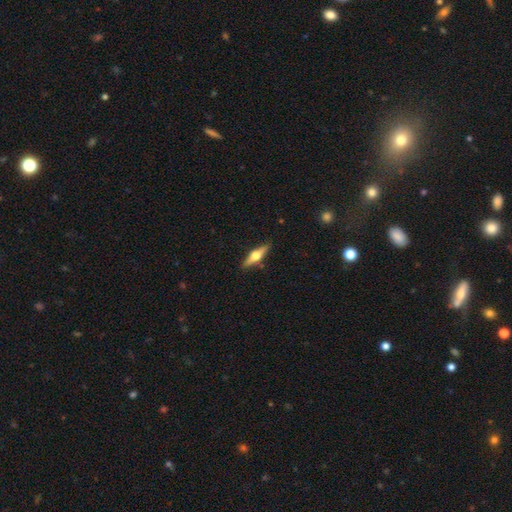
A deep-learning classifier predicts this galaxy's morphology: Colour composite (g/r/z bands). It shows a featured or disk galaxy (64%) viewed edge-on (96%) with a rounded central bulge (95%). Merging: none (88%).